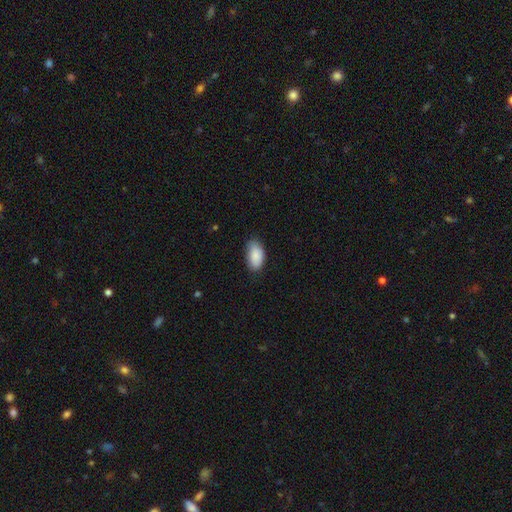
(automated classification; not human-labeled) Smooth or featured?
  - smooth: 88% *
  - star or artifact: 6%
  - featured or disk: 5%
How rounded?
  - in between: 94% *
  - round: 4%
  - cigar-shaped: 2%
Merging?
  - none: 75% *
  - minor disturbance: 21%
  - major disturbance: 3%
  - merger: 1%